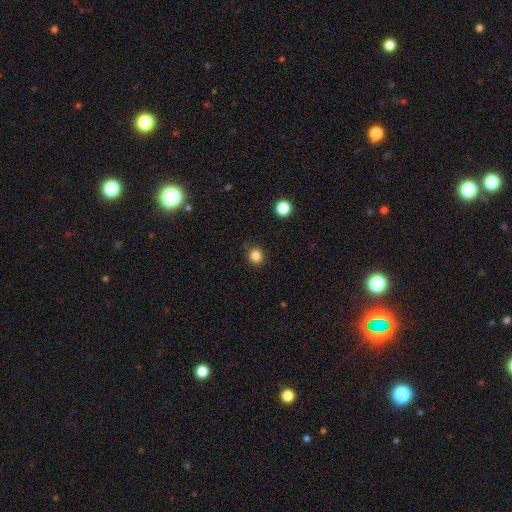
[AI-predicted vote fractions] smooth_or_featured: smooth (p=0.83) [alt: star or artifact p=0.13]
how_rounded: round (p=0.88) [alt: in between p=0.11]
merging: none (p=0.88) [alt: minor disturbance p=0.08]